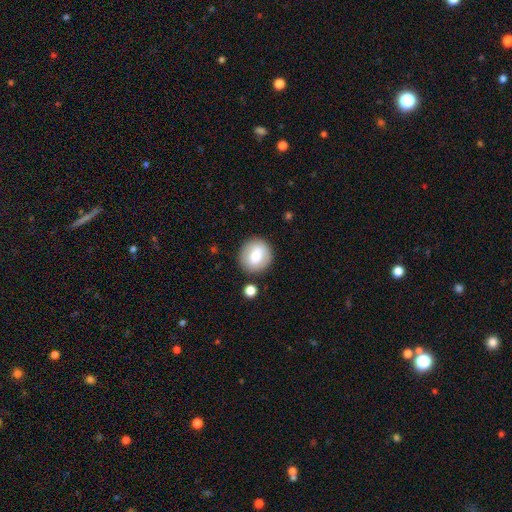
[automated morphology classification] Smooth or featured: smooth — 73% (featured or disk — 19%)
How rounded: round — 85% (in between — 14%)
Merging: none — 83% (minor disturbance — 9%)